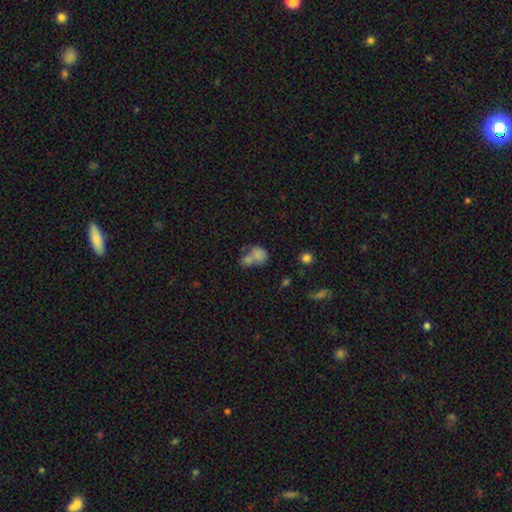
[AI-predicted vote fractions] Smooth or featured? smooth (73%)
How rounded? in between (59%)
Merging? merger (60%)